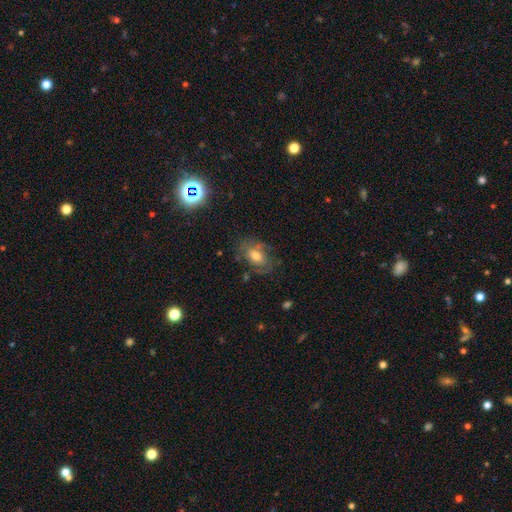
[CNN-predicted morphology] This appears to be a featured or disk galaxy (48%). Merging: none (66%).